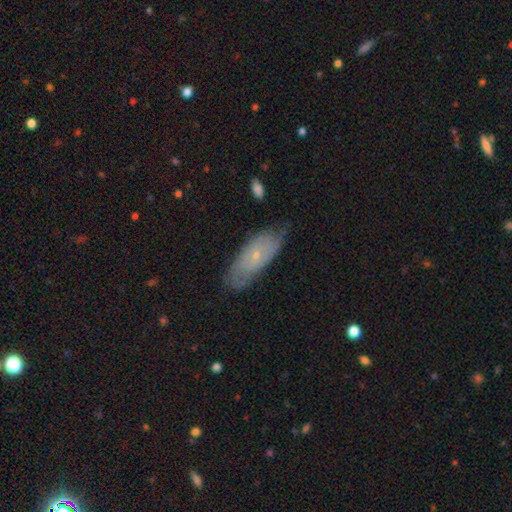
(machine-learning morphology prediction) Smooth or featured? Predicted: featured or disk (p=0.52). Edge-on disk? Predicted: no (p=0.85). Merging? Predicted: none (p=0.67).